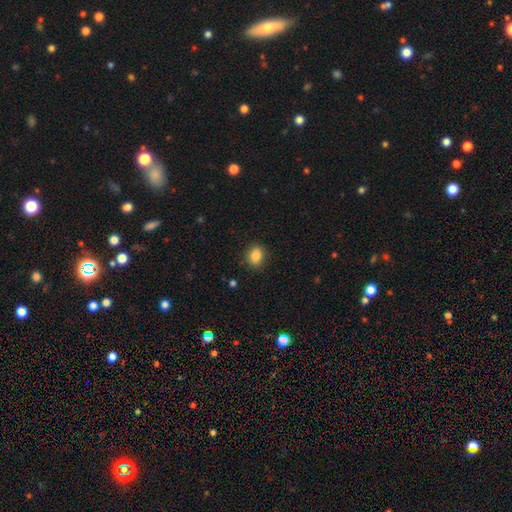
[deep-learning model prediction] Smooth or featured? Predicted: smooth (p=0.84). How rounded? Predicted: in between (p=0.56). Merging? Predicted: none (p=0.88).